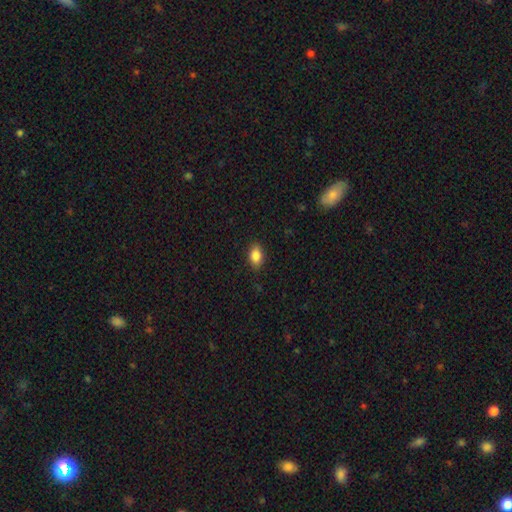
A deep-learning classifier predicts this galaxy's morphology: This is clearly a smooth galaxy (87%). How rounded: clearly in between (85%). Merging: clearly none (86%).